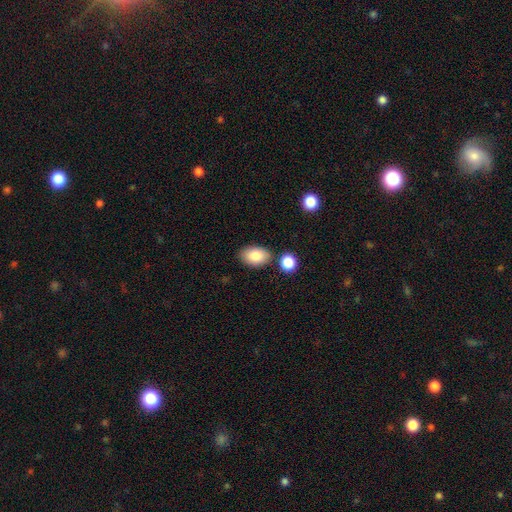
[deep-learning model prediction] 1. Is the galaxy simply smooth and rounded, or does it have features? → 85% smooth, 8% featured or disk, 7% star or artifact.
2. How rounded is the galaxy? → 88% in between, 11% round, 1% cigar-shaped.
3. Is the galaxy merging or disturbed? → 77% none, 13% minor disturbance, 8% merger, 3% major disturbance.